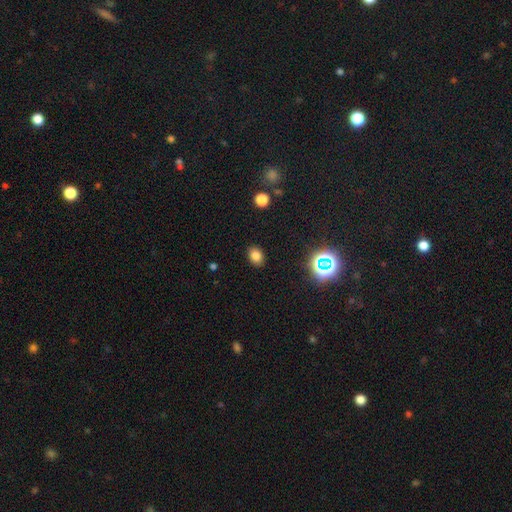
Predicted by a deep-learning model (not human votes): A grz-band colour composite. It shows a smooth galaxy with no disk features (78%) that is in between round and cigar-shaped (68%). Merging: none (88%).